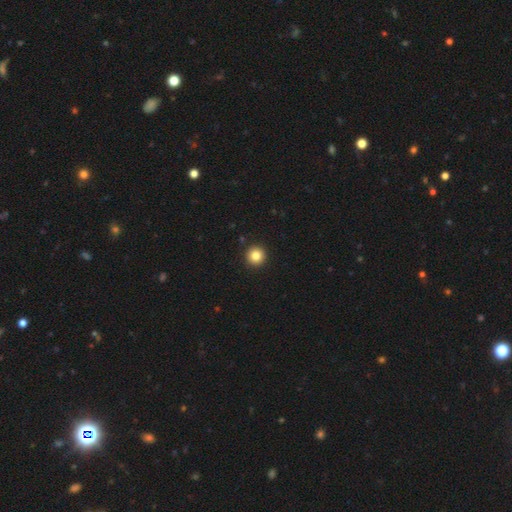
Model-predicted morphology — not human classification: Overall: smooth (84%). How rounded: round (95%). Merging: none (93%).